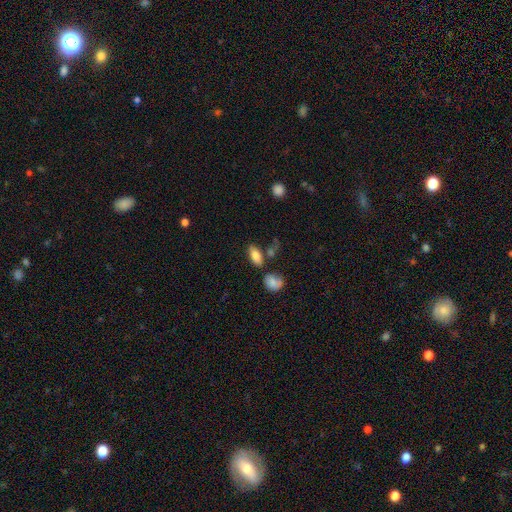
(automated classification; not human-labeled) Overall: smooth (80%). How rounded: in between (84%). Merging: none (71%).